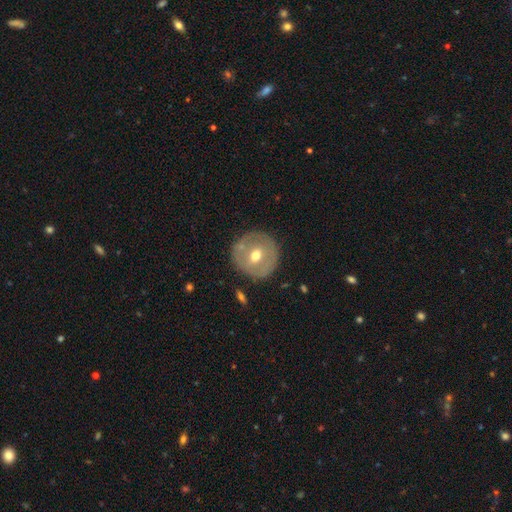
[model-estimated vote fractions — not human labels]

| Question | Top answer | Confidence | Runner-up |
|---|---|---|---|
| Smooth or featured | smooth | 48% | featured or disk (44%) |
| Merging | none | 80% | minor disturbance (12%) |